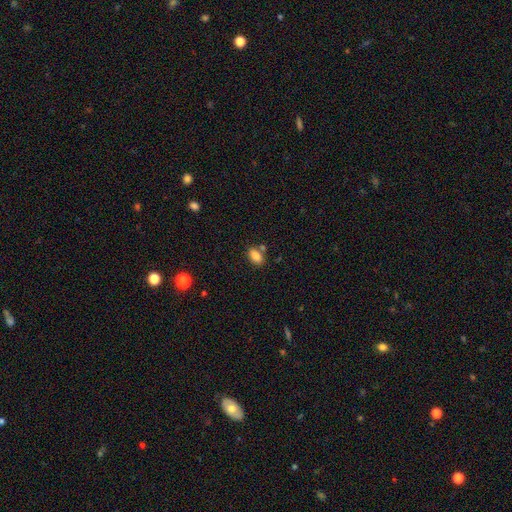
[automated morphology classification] Smooth or featured: smooth — 86% (star or artifact — 9%)
How rounded: in between — 90% (round — 7%)
Merging: none — 70% (merger — 13%)